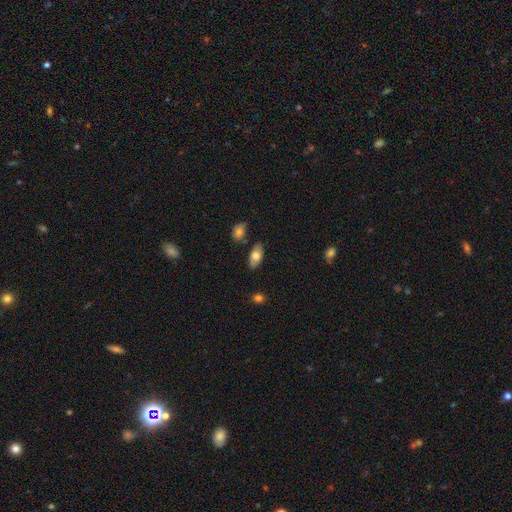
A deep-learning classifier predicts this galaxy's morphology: Smooth or featured: smooth — 73% (featured or disk — 20%)
How rounded: in between — 91% (cigar-shaped — 5%)
Merging: none — 81% (minor disturbance — 13%)